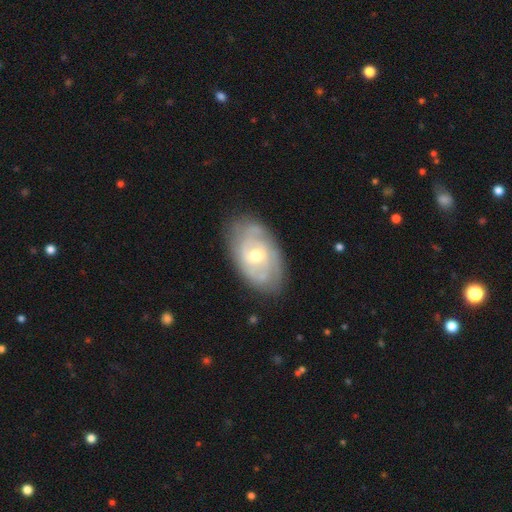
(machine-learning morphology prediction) A featured or disk galaxy (75%) with no bar (58%), tight (63%) spiral arms (84%) and a moderate central bulge (62%). Merging: none (76%).